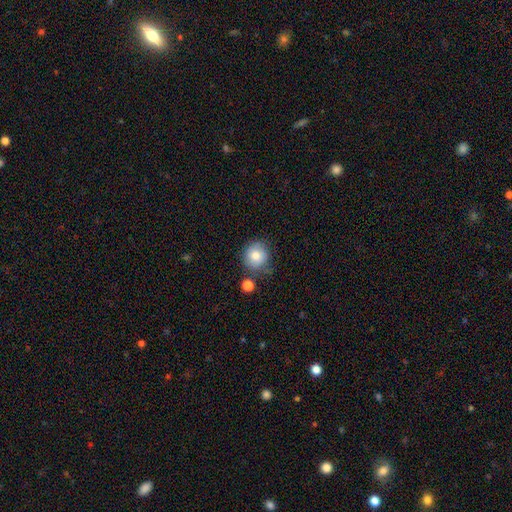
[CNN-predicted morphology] The model was most divided on "merging": none: 70%, minor disturbance: 18%, merger: 7%, major disturbance: 5%. More confident: how rounded — round (87%); smooth or featured — smooth (79%).